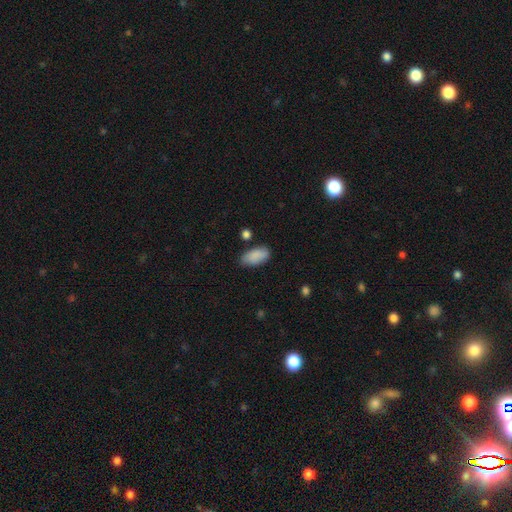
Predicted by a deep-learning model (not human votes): Q: Smooth or featured?
A: smooth (87%); runner-up: star or artifact (7%)
Q: How rounded?
A: in between (92%); runner-up: cigar-shaped (5%)
Q: Merging?
A: none (75%); runner-up: minor disturbance (17%)